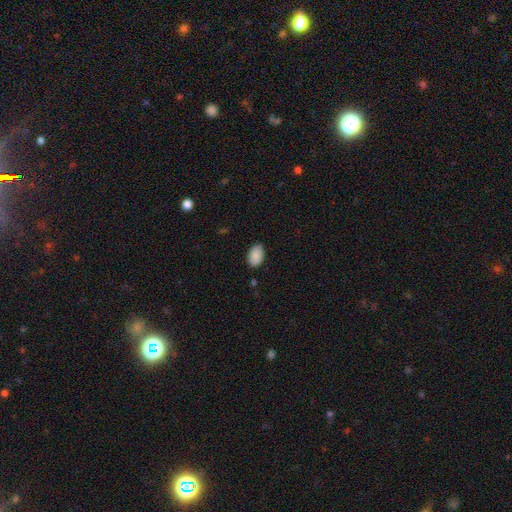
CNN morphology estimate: Smooth or featured? Predicted: smooth (p=0.89). How rounded? Predicted: in between (p=0.91). Merging? Predicted: none (p=0.85).